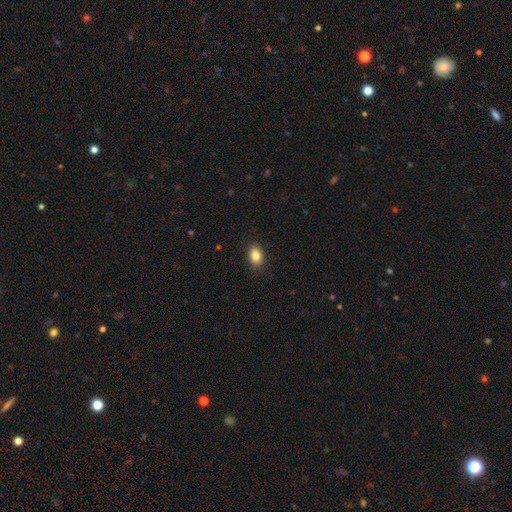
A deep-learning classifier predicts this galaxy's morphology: smooth 86%, star or artifact 9%, featured or disk 6%. Down the decision tree: how rounded — in between (82%); merging — none (88%).